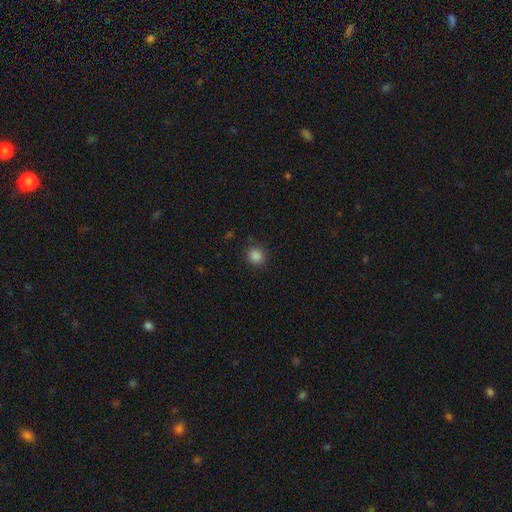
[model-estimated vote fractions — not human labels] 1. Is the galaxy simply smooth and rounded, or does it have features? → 86% smooth, 11% star or artifact, 3% featured or disk.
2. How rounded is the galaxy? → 87% round, 12% in between, 1% cigar-shaped.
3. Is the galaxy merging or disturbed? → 88% none, 9% minor disturbance, 3% major disturbance, 1% merger.